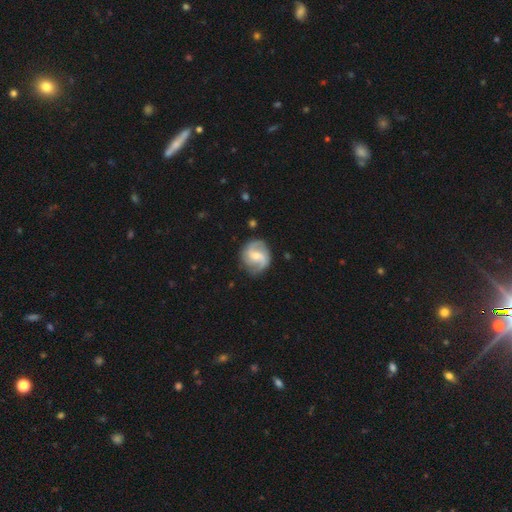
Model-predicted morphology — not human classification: Q: Smooth or featured?
A: featured or disk (78%); runner-up: smooth (17%)
Q: Edge-on disk?
A: no (98%); runner-up: yes (2%)
Q: Bar?
A: weak (50%); runner-up: no (31%)
Q: Spiral arms?
A: yes (94%); runner-up: no (6%)
Q: Spiral winding?
A: medium (45%); runner-up: loose (33%)
Q: Spiral arm count?
A: 2 (82%); runner-up: can't tell (7%)
Q: Bulge size?
A: moderate (48%); runner-up: small (47%)
Q: Merging?
A: none (80%); runner-up: minor disturbance (14%)